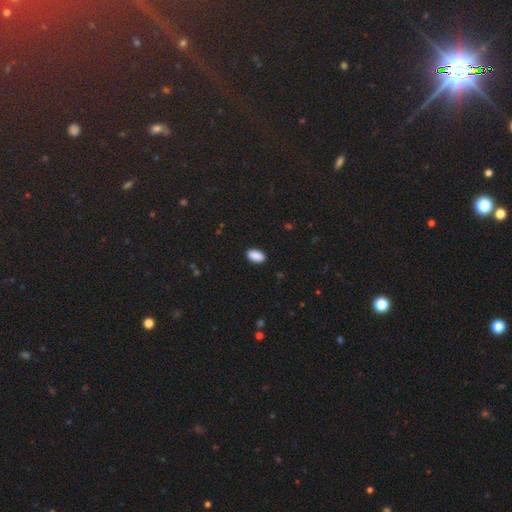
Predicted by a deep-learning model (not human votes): The model was most divided on "merging": none: 89%, minor disturbance: 8%, major disturbance: 2%, merger: 1%. More confident: how rounded — in between (94%); smooth or featured — smooth (90%).